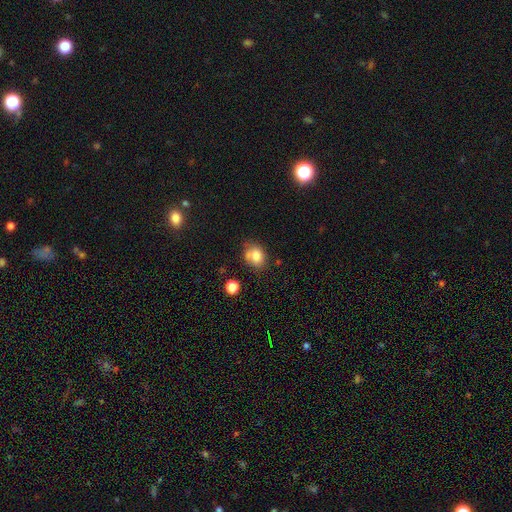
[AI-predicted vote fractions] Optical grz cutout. It shows a smooth galaxy with no disk features (78%) that is in between round and cigar-shaped (50%). Merging: none (53%).